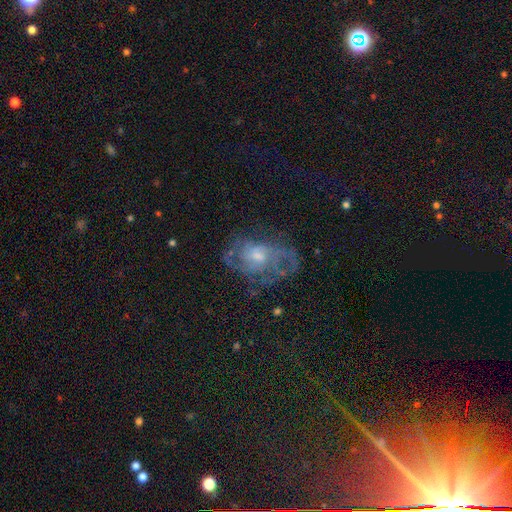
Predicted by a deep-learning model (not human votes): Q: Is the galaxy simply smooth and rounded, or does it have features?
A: featured or disk — 71%.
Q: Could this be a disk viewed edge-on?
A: no — 96%.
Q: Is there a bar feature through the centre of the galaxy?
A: no — 63%.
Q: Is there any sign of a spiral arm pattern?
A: yes — 73%.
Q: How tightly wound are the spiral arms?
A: medium — 43%.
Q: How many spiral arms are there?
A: can't tell — 47%.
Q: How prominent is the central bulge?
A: moderate — 45%.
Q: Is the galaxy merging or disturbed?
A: none — 52%.